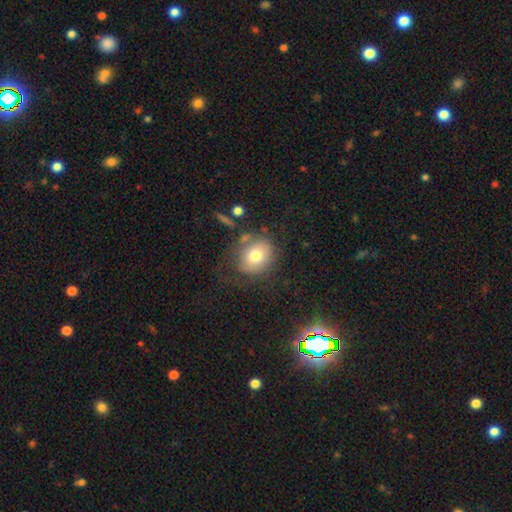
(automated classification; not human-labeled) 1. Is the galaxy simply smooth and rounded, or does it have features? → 72% smooth, 18% featured or disk, 10% star or artifact.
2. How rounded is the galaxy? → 65% round, 34% in between, 1% cigar-shaped.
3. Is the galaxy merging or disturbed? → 59% none, 19% minor disturbance, 16% major disturbance, 7% merger.